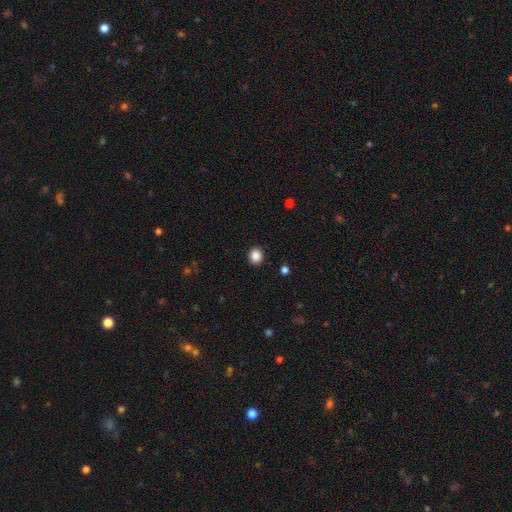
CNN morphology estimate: This appears to be a smooth galaxy with no disk features (87%) that is round (75%). Merging: none (91%).